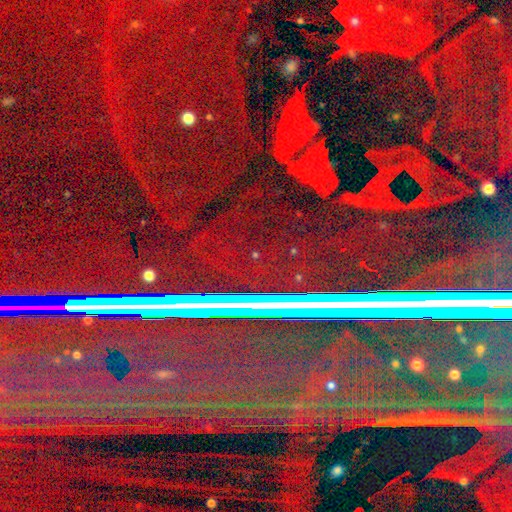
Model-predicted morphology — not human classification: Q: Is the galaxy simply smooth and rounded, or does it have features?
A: star or artifact — 79%.